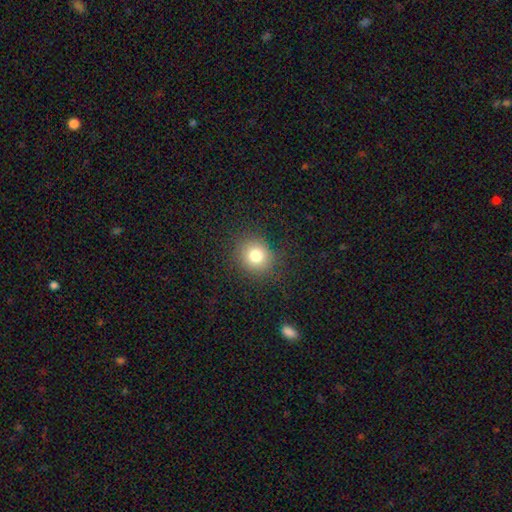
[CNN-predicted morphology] Q: Smooth or featured?
A: smooth (79%); runner-up: star or artifact (13%)
Q: How rounded?
A: round (85%); runner-up: in between (14%)
Q: Merging?
A: none (87%); runner-up: minor disturbance (8%)